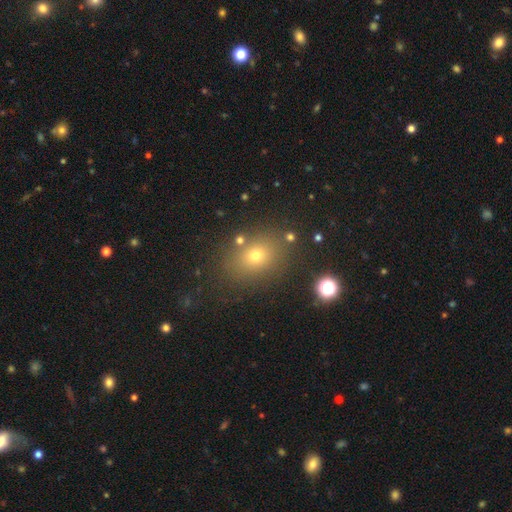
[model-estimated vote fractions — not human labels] Smooth or featured? smooth (69%)
How rounded? in between (56%)
Merging? none (81%)